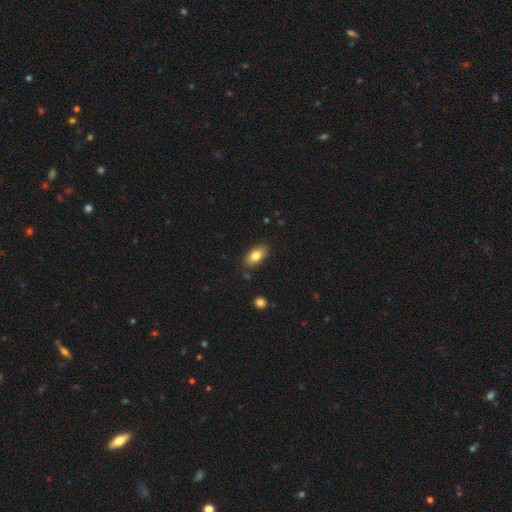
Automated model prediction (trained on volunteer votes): Overall: smooth (82%). How rounded: in between (91%). Merging: none (84%).